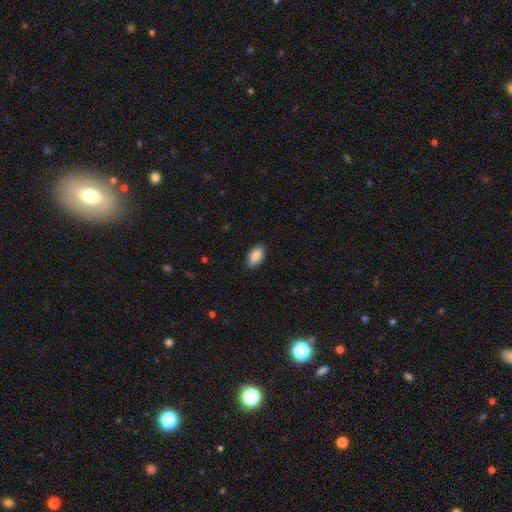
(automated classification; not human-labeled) Morphology: type=smooth (90%); roundness=in between (94%); merging=none (86%).